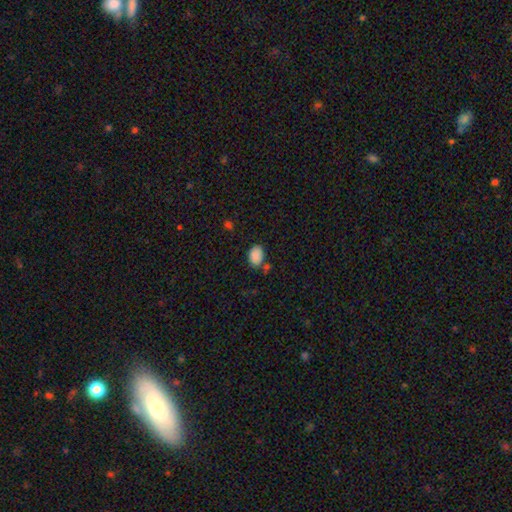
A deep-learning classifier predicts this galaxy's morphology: A smooth galaxy with no disk features (88%) that is in between round and cigar-shaped (80%). Merging: none (71%).